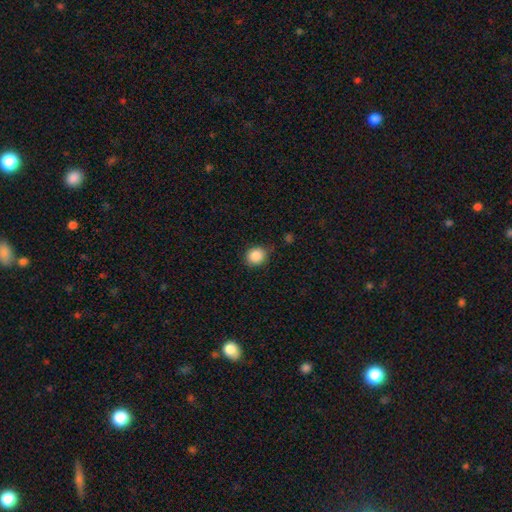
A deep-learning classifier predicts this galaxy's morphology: This is clearly a smooth galaxy (87%). How rounded: likely round (74%). Merging: likely none (77%).